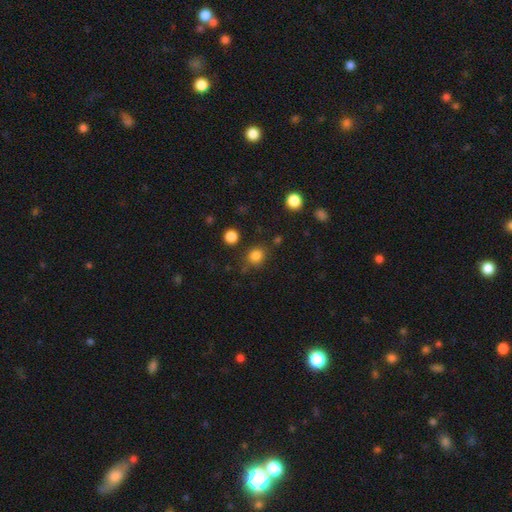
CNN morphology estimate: This appears to be a smooth galaxy with no disk features (82%) that is round (79%). Merging: none (80%).